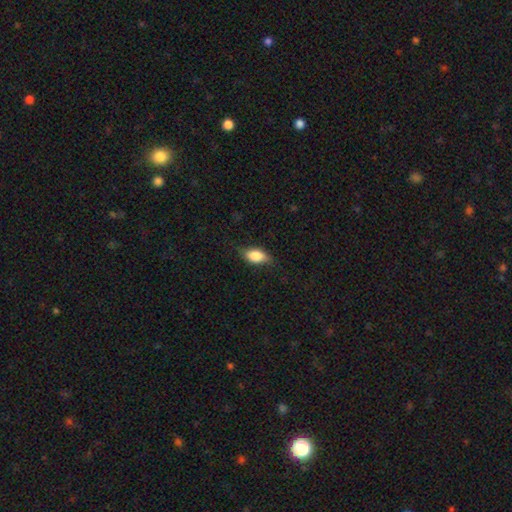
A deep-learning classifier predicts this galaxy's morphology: smooth 79%, featured or disk 14%, star or artifact 7%. Down the decision tree: how rounded — in between (87%); merging — none (72%).